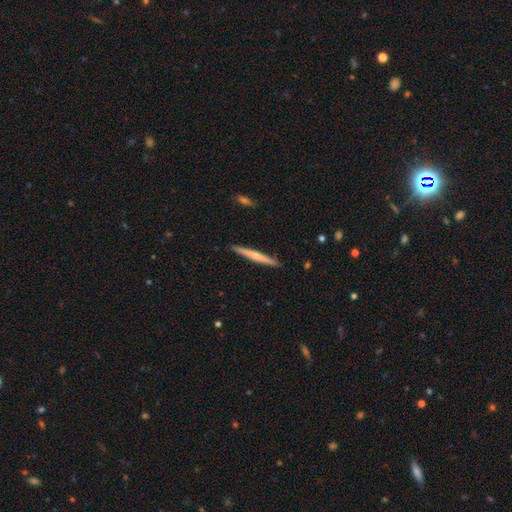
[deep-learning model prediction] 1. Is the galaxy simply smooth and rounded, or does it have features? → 48% featured or disk, 47% smooth, 5% star or artifact.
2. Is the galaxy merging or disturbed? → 92% none, 6% minor disturbance, 1% major disturbance, 1% merger.